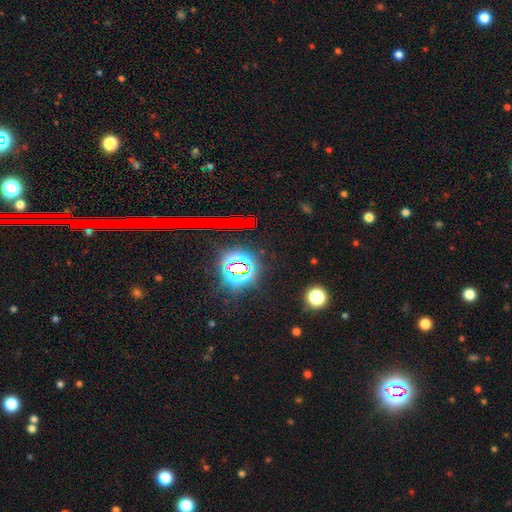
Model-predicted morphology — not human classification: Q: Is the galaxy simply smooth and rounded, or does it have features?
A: star or artifact — 76%.